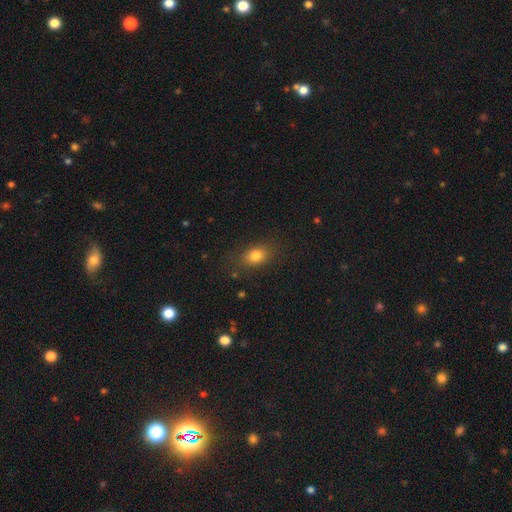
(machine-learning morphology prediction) type=smooth (81%); roundness=in between (71%); merging=none (82%).